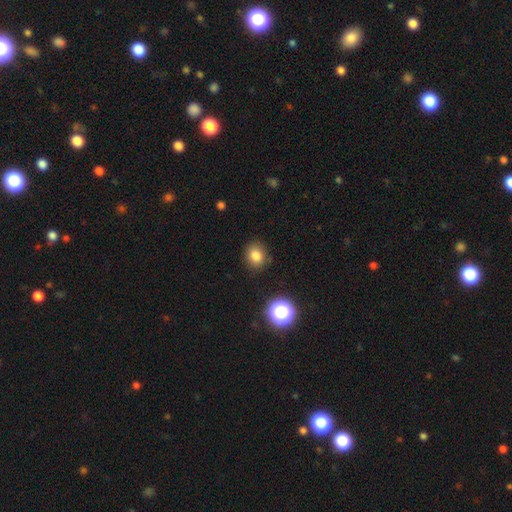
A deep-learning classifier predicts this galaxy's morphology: This is clearly a smooth galaxy (81%). How rounded: likely round (70%). Merging: clearly none (86%).